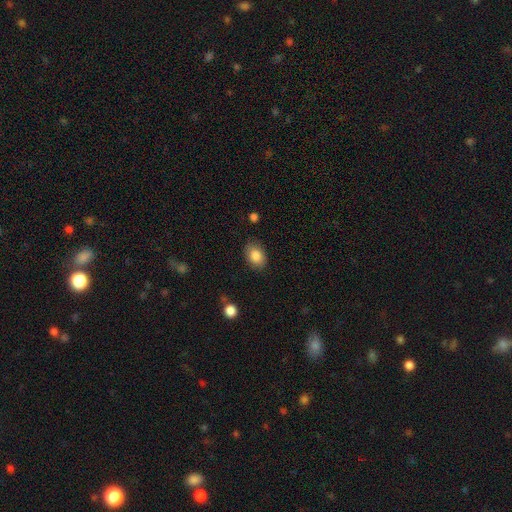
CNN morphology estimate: Overall: smooth (84%). How rounded: in between (78%). Merging: none (83%).